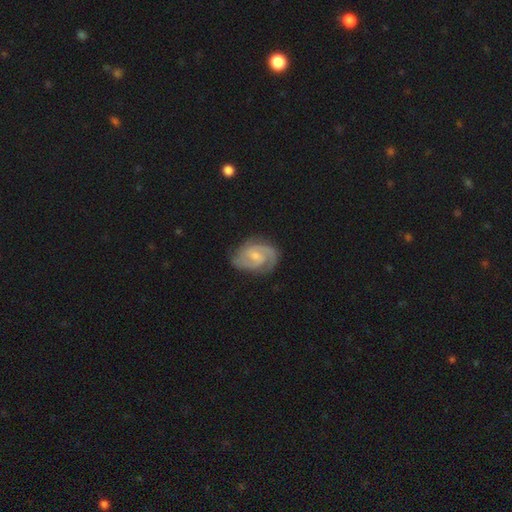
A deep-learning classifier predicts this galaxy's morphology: smooth_or_featured: featured or disk (p=0.88) [alt: smooth p=0.08]
disk_edge_on: no (p=0.98) [alt: yes p=0.02]
bar: weak (p=0.53) [alt: no p=0.38]
has_spiral_arms: yes (p=0.97) [alt: no p=0.03]
spiral_winding: tight (p=0.47) [alt: medium p=0.44]
spiral_arm_count: 2 (p=0.80) [alt: 3 p=0.08]
bulge_size: small (p=0.58) [alt: moderate p=0.35]
merging: none (p=0.77) [alt: minor disturbance p=0.17]